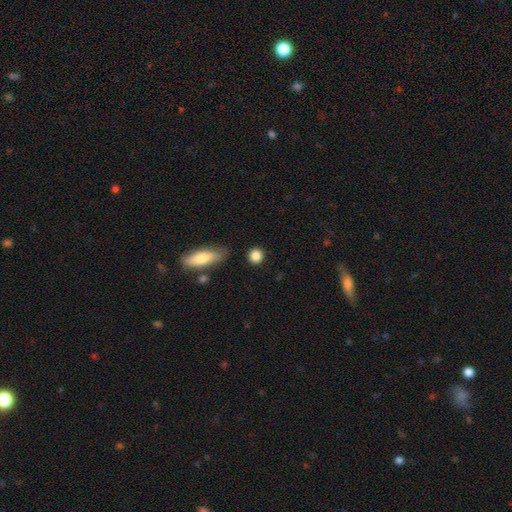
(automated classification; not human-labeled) A smooth galaxy with no disk features (87%) that is round (83%). Merging: none (85%).